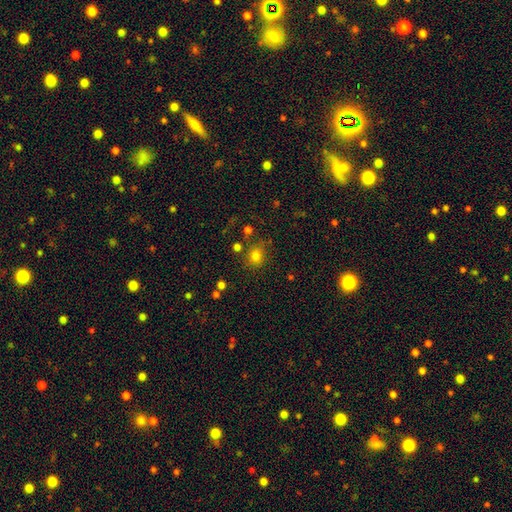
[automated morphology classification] Smooth or featured? Predicted: smooth (p=0.77). How rounded? Predicted: round (p=0.73). Merging? Predicted: none (p=0.74).